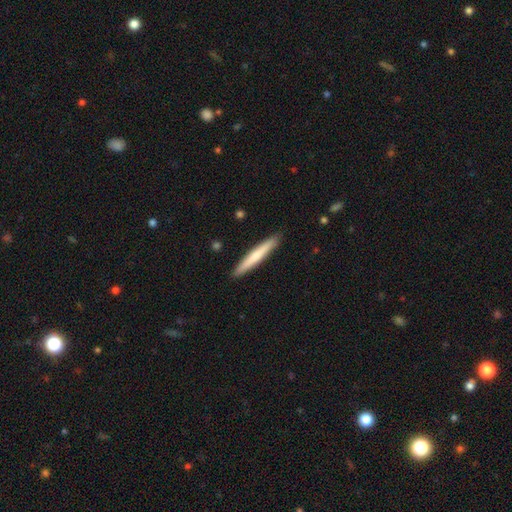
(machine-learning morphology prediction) Smooth or featured? Predicted: smooth (p=0.61). How rounded? Predicted: cigar-shaped (p=0.96). Merging? Predicted: none (p=0.91).